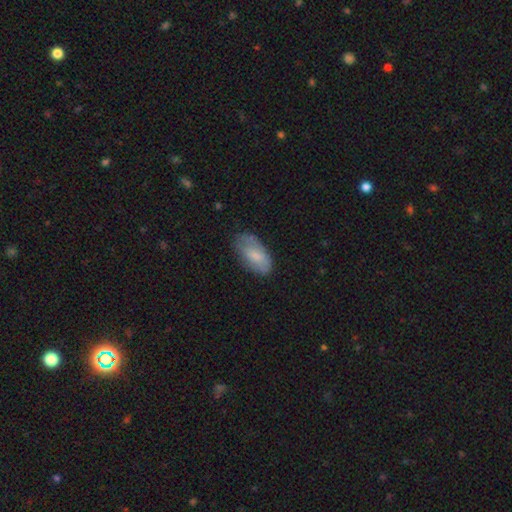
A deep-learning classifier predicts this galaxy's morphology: Smooth or featured? Predicted: smooth (p=0.71). How rounded? Predicted: in between (p=0.93). Merging? Predicted: none (p=0.63).